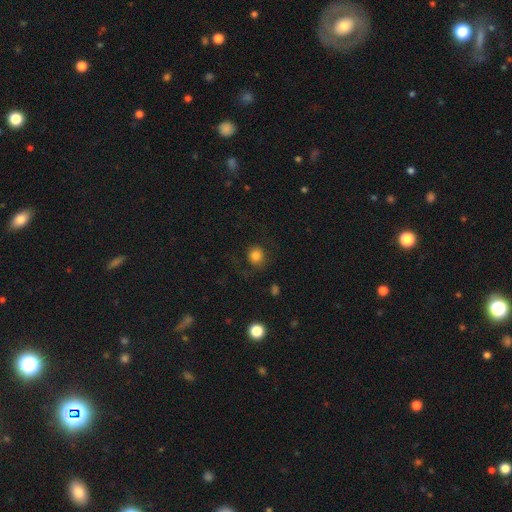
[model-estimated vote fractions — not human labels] This is clearly a smooth galaxy (80%). How rounded: clearly round (85%). Merging: likely none (78%).